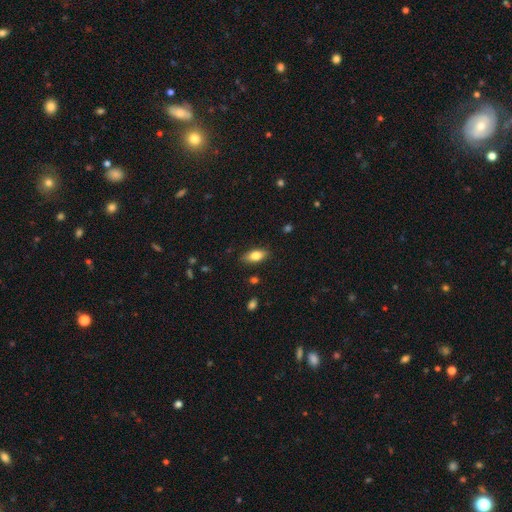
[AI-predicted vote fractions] The model was most divided on "smooth or featured": smooth: 80%, featured or disk: 13%, star or artifact: 7%. More confident: how rounded — in between (86%); merging — none (85%).